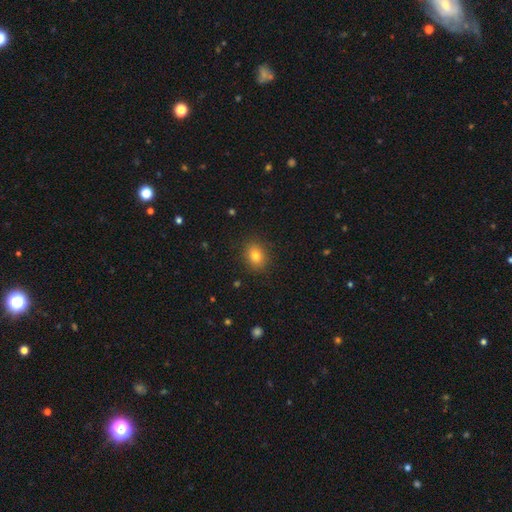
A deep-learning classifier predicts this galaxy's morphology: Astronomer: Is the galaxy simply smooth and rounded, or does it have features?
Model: smooth — 81%.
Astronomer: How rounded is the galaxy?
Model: round — 55% (runner-up: in between, 44%).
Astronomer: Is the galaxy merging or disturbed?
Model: none — 89%.